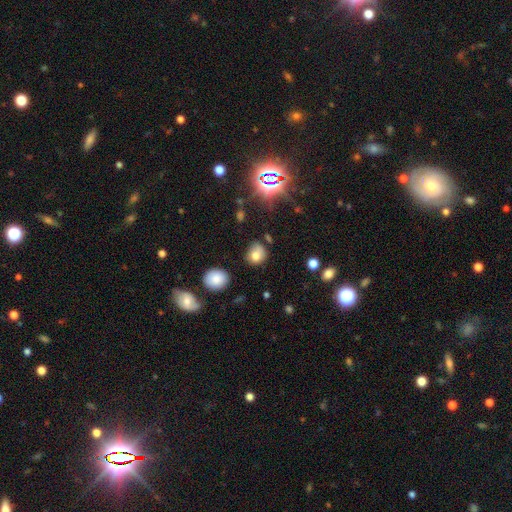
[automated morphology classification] This appears to be a smooth galaxy with no disk features (75%) that is round (72%). Merging: none (70%).